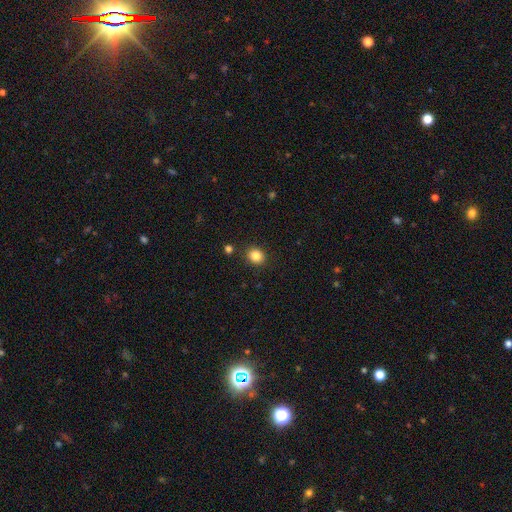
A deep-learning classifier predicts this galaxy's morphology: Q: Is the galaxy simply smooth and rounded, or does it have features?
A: smooth — 85%.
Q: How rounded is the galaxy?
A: round — 71%.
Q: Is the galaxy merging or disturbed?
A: none — 87%.